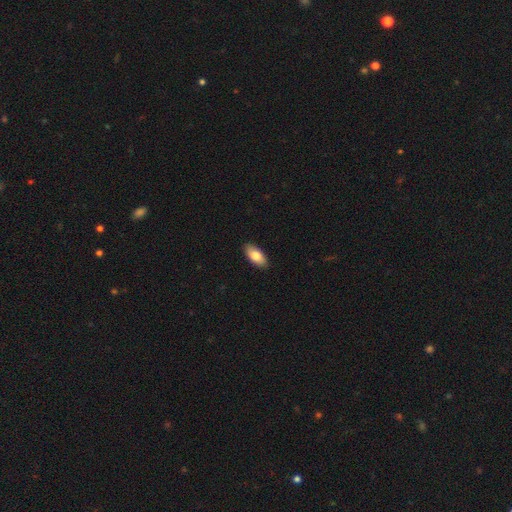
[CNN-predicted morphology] A smooth galaxy with no disk features (81%) that is in between round and cigar-shaped (91%).

Vote fractions:
- Smooth or featured? smooth: 81% / featured or disk: 13% / star or artifact: 6%
- How rounded? in between: 91% / cigar-shaped: 6% / round: 3%
- Merging? none: 90% / minor disturbance: 8% / major disturbance: 2% / merger: 1%